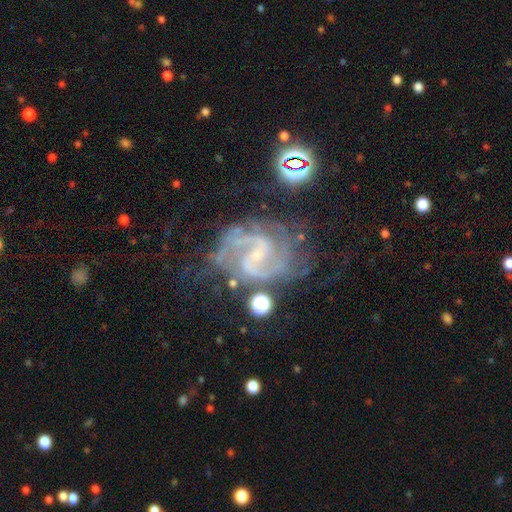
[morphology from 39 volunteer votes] Smooth or featured?
  - featured or disk: 92% *
  - star or artifact: 8%
  - smooth: 0%
Edge-on disk?
  - no: 97% *
  - yes: 3%
Bar?
  - strong: 43% *
  - no: 34%
  - weak: 23%
Spiral arms?
  - yes: 100% *
  - no: 0%
Spiral winding?
  - medium: 57% *
  - loose: 23%
  - tight: 20%
Spiral arm count?
  - 2: 91% *
  - 4: 6%
  - more than 4: 3%
  - 1: 0%
  - 3: 0%
  - can't tell: 0%
Bulge size?
  - small: 86% *
  - moderate: 11%
  - large: 3%
  - dominant: 0%
  - none: 0%
Merging?
  - none: 42% *
  - minor disturbance: 31%
  - major disturbance: 25%
  - merger: 3%